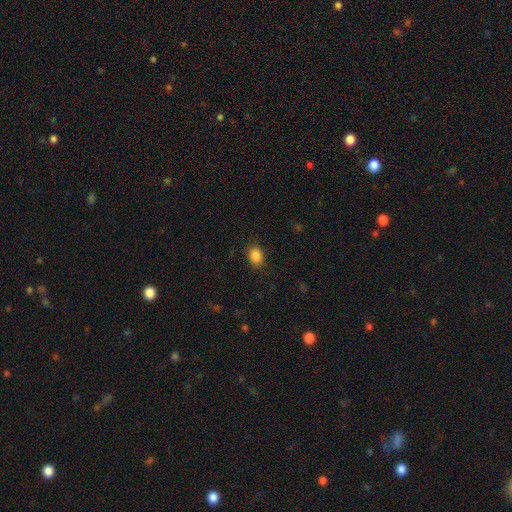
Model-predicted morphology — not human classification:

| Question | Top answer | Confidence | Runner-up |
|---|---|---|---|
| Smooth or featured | smooth | 87% | star or artifact (10%) |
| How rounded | in between | 69% | round (30%) |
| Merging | none | 86% | minor disturbance (10%) |